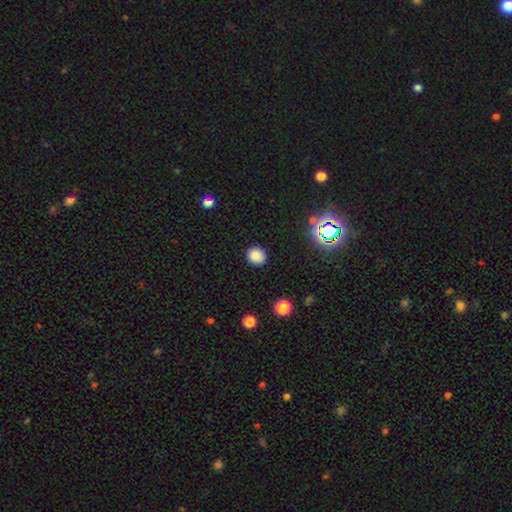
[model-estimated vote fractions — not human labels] This is clearly a smooth galaxy (84%). How rounded: likely round (77%). Merging: clearly none (89%).